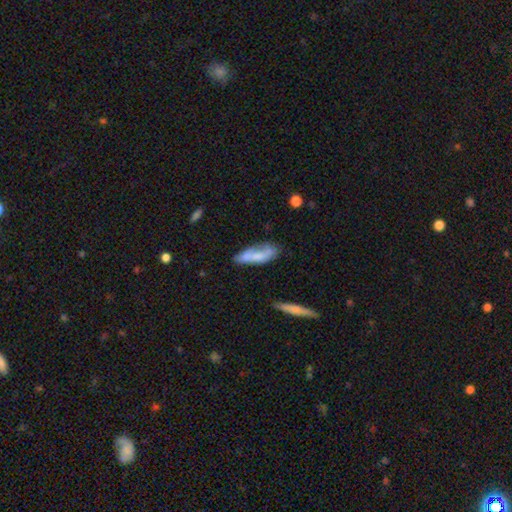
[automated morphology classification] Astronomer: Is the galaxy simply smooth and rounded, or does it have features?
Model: smooth — 60%.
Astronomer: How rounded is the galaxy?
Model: in between — 51% (runner-up: cigar-shaped, 46%).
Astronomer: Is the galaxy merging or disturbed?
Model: none — 46% (runner-up: minor disturbance, 28%).